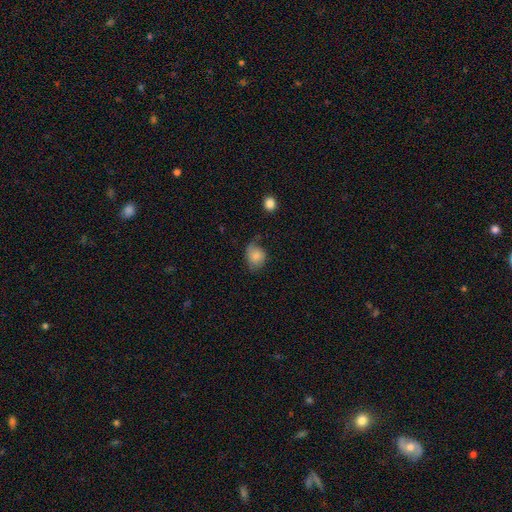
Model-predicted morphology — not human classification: This appears to be a smooth galaxy with no disk features (80%) that is round (52%). Merging: none (46%).